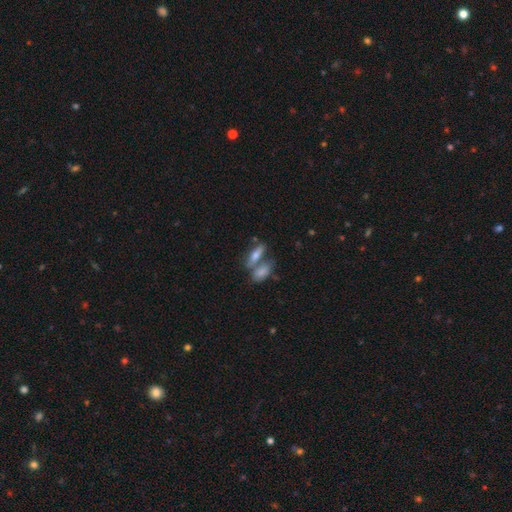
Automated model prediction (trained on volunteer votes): Smooth or featured? smooth (59%)
How rounded? in between (57%)
Merging? none (45%)